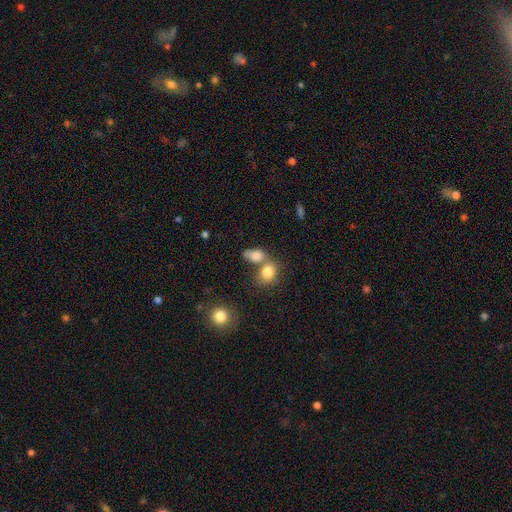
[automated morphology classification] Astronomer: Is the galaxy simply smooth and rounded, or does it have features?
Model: smooth — 80%.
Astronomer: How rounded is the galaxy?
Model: in between — 73%.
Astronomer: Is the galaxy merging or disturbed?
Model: merger — 45% (runner-up: none, 36%).